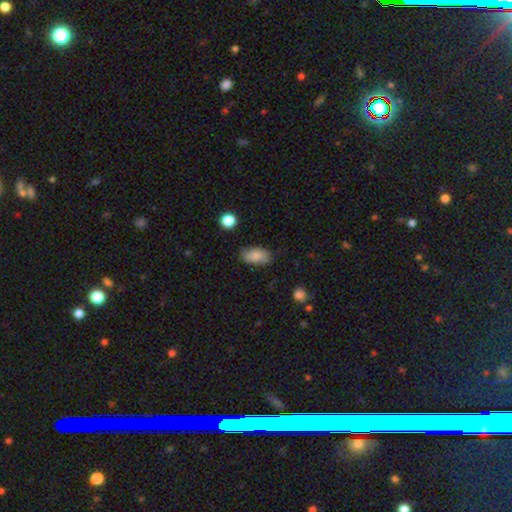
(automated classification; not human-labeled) smooth_or_featured: smooth (p=0.79) [alt: featured or disk p=0.13]
how_rounded: in between (p=0.92) [alt: round p=0.05]
merging: none (p=0.76) [alt: minor disturbance p=0.19]